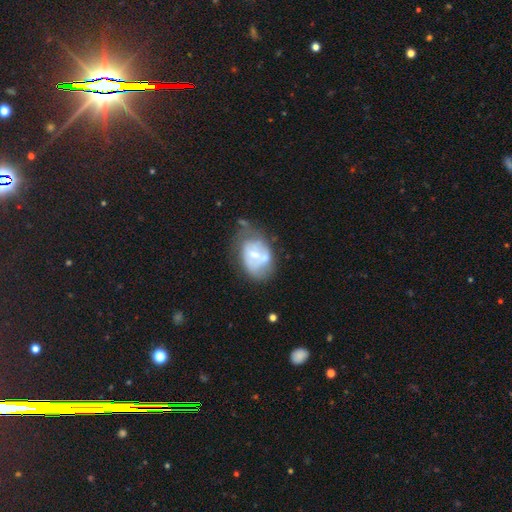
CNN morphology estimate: Smooth or featured: featured or disk — 55% (smooth — 37%)
Edge-on disk: no — 97% (yes — 3%)
Bar: no — 53% (weak — 35%)
Spiral arms: no — 69% (yes — 31%)
Bulge size: moderate — 45% (small — 41%)
Merging: none — 32% (minor disturbance — 30%)